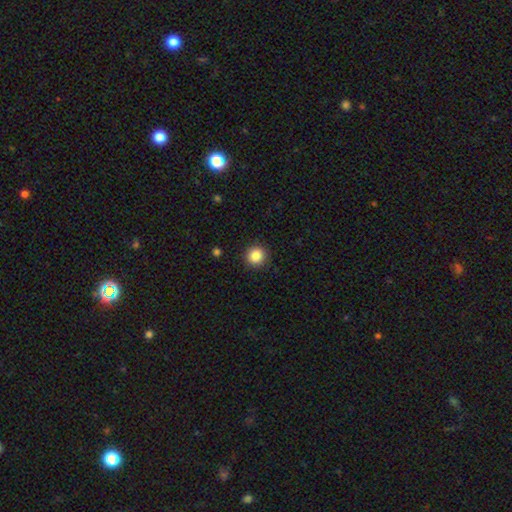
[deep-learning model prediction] Smooth or featured? smooth (86%)
How rounded? round (94%)
Merging? none (92%)